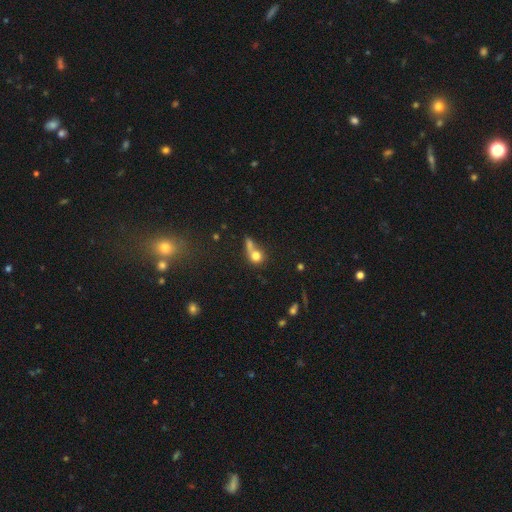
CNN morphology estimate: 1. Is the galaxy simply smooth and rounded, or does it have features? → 72% smooth, 16% featured or disk, 12% star or artifact.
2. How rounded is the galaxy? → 75% round, 22% in between, 3% cigar-shaped.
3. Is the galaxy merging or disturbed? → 43% merger, 33% none, 12% major disturbance, 12% minor disturbance.